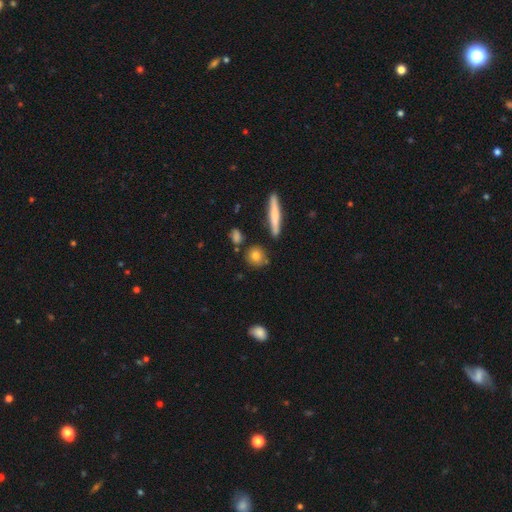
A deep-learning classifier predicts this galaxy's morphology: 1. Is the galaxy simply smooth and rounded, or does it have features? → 76% smooth, 15% featured or disk, 9% star or artifact.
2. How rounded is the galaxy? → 72% round, 19% in between, 9% cigar-shaped.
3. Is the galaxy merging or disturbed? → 79% none, 11% minor disturbance, 7% merger, 3% major disturbance.